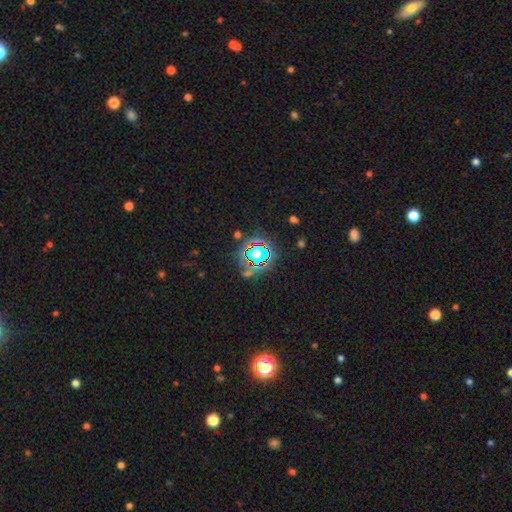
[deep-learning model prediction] smooth_or_featured: star or artifact (p=0.78) [alt: smooth p=0.13]